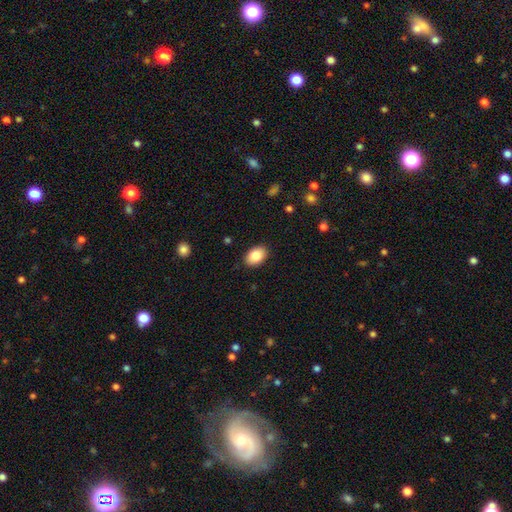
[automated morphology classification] smooth 85%, featured or disk 8%, star or artifact 7%. Down the decision tree: how rounded — in between (89%); merging — none (89%).